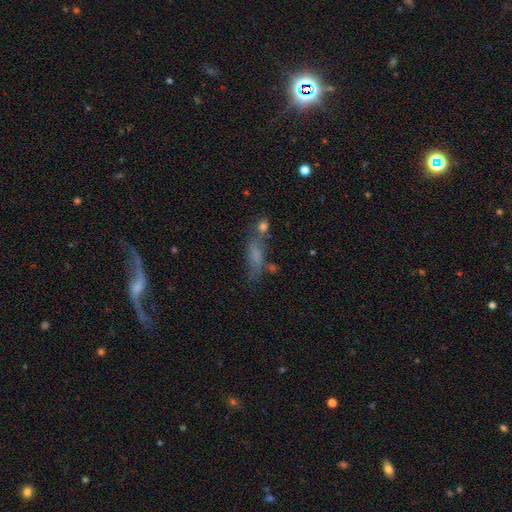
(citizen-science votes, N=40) Overall: smooth (55%; featured or disk 35%). How rounded: in between (45%; cigar-shaped 41%). Merging: none (56%; merger 19%).